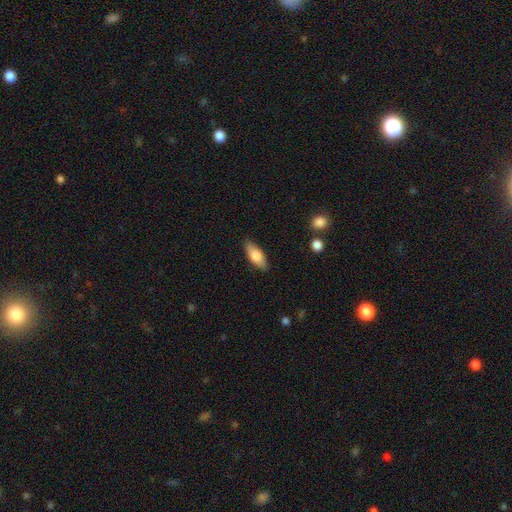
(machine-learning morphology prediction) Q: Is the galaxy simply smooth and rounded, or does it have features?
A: smooth — 74%.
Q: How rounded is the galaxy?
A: in between — 77%.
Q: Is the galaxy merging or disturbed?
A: none — 86%.